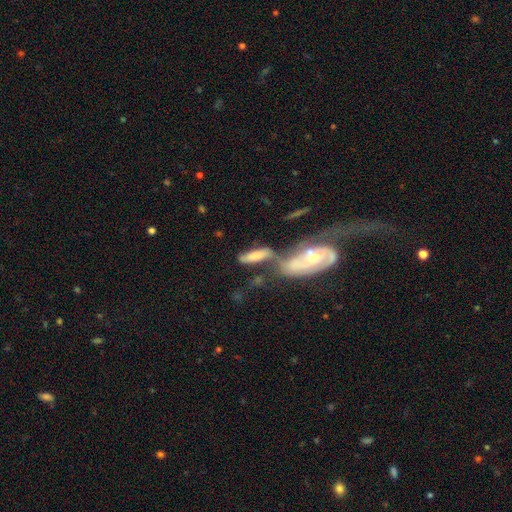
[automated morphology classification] type=smooth (61%); roundness=in between (57%); merging=merger (57%).